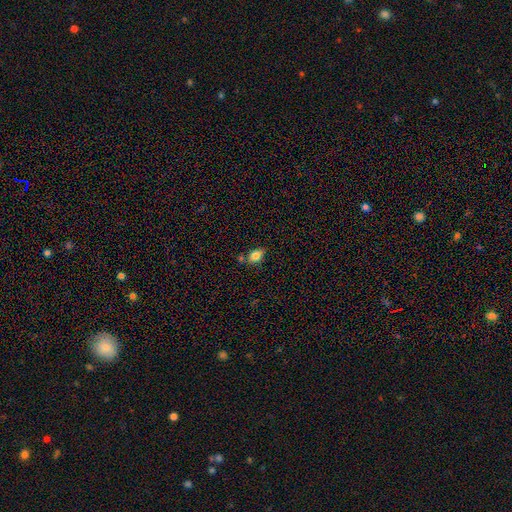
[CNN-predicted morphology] Q: Smooth or featured?
A: smooth (80%); runner-up: star or artifact (10%)
Q: How rounded?
A: in between (77%); runner-up: round (20%)
Q: Merging?
A: none (70%); runner-up: minor disturbance (17%)